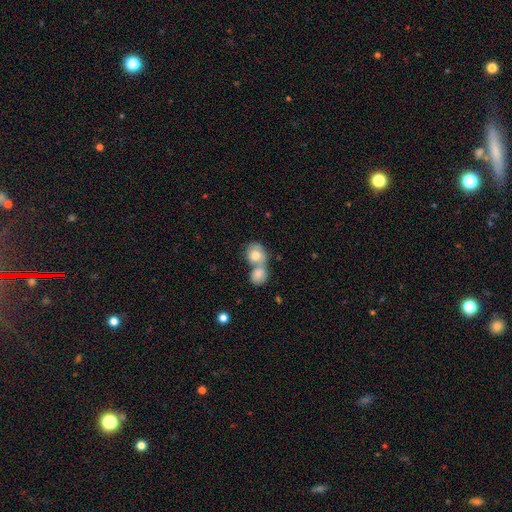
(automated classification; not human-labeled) Overall: smooth (74%). How rounded: round (66%; in between 33%). Merging: merger (75%).